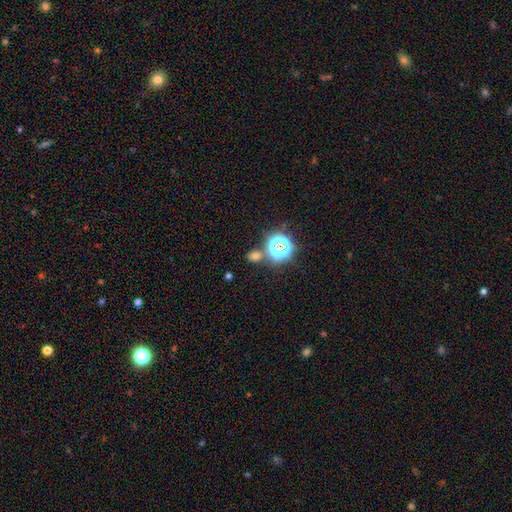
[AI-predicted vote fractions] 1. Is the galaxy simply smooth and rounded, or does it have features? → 60% smooth, 33% star or artifact, 7% featured or disk.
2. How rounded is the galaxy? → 53% round, 45% in between, 2% cigar-shaped.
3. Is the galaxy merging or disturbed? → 74% none, 12% merger, 10% minor disturbance, 4% major disturbance.